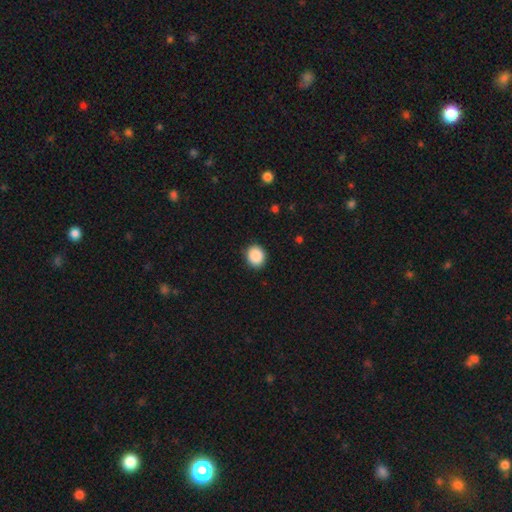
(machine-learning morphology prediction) smooth-or-featured: smooth: 90% | star or artifact: 8% | featured or disk: 2%
  how-rounded: round: 72% | in between: 27% | cigar-shaped: 1%
  merging: none: 90% | minor disturbance: 7% | major disturbance: 2% | merger: 1%